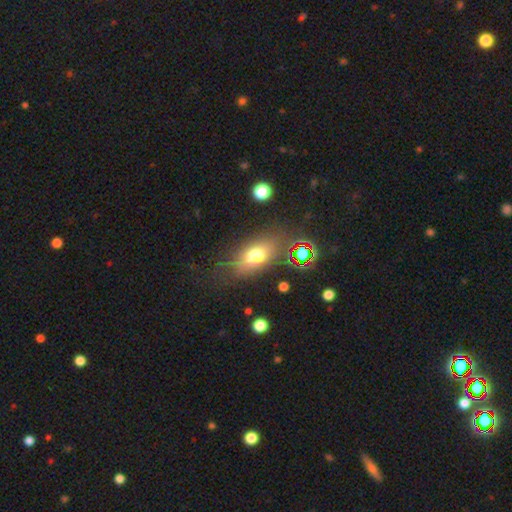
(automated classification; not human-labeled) Smooth or featured: smooth — 64% (featured or disk — 21%)
How rounded: in between — 79% (round — 14%)
Merging: none — 71% (minor disturbance — 16%)